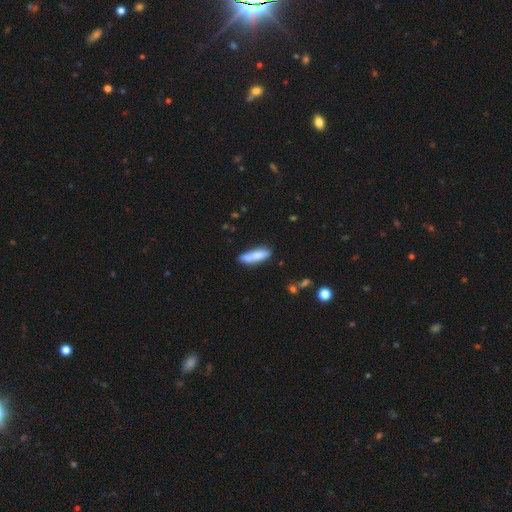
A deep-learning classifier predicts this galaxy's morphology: Q: Smooth or featured?
A: smooth (74%); runner-up: featured or disk (19%)
Q: How rounded?
A: cigar-shaped (62%); runner-up: in between (36%)
Q: Merging?
A: none (60%); runner-up: minor disturbance (20%)